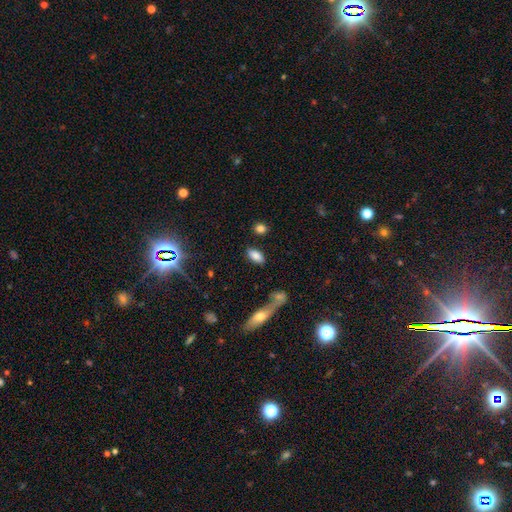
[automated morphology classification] smooth_or_featured: smooth (p=0.83) [alt: featured or disk p=0.09]
how_rounded: in between (p=0.87) [alt: cigar-shaped p=0.09]
merging: none (p=0.81) [alt: minor disturbance p=0.10]